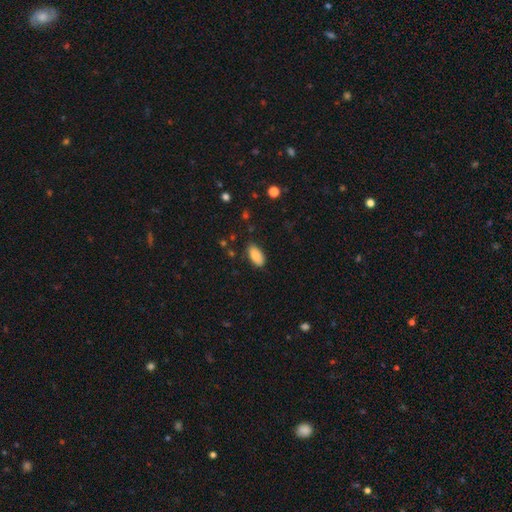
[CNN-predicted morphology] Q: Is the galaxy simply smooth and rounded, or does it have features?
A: smooth — 82%.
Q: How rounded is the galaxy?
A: in between — 92%.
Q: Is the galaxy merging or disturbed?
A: none — 82%.